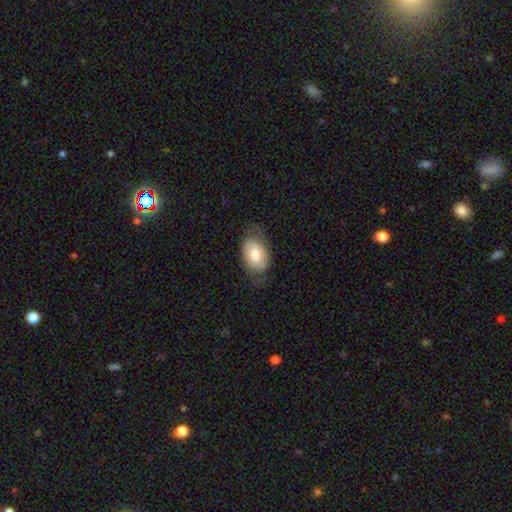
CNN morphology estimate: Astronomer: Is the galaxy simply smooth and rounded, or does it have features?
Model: smooth — 74%.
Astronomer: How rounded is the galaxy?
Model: in between — 87%.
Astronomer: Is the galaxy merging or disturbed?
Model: none — 64%.